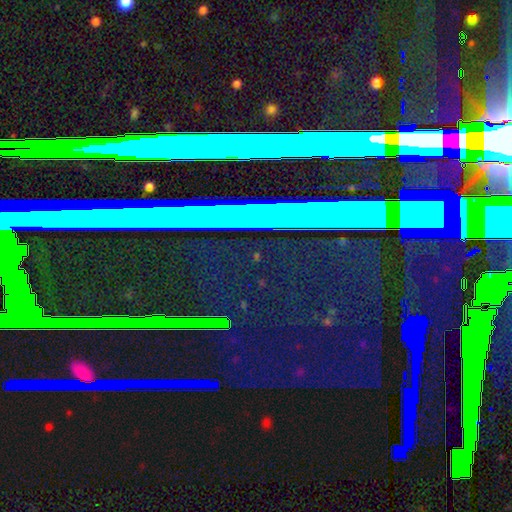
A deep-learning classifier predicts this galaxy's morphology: Smooth or featured? star or artifact (80%)